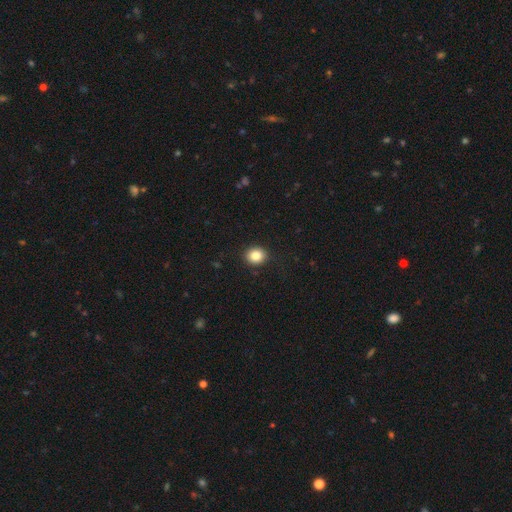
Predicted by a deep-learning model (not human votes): Q: Smooth or featured?
A: smooth (84%); runner-up: star or artifact (10%)
Q: How rounded?
A: round (78%); runner-up: in between (22%)
Q: Merging?
A: none (91%); runner-up: minor disturbance (6%)